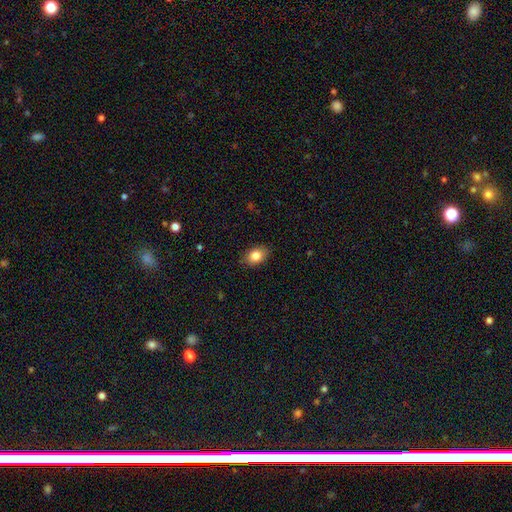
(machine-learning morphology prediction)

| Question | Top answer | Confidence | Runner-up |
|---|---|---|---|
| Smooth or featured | smooth | 84% | star or artifact (9%) |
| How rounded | in between | 77% | round (21%) |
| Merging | none | 87% | minor disturbance (10%) |